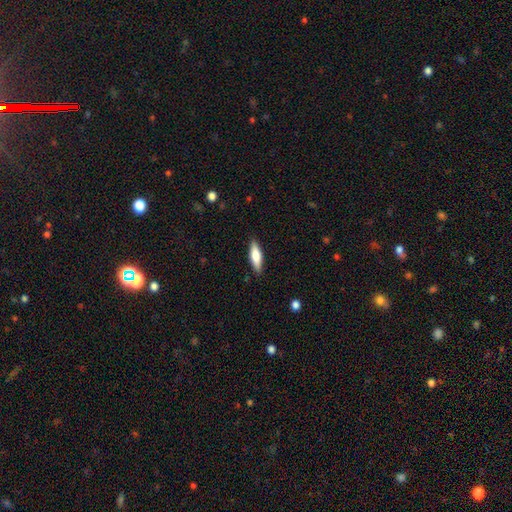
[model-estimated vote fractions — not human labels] Smooth or featured? smooth (68%)
How rounded? in between (49%, tied with cigar-shaped)
Merging? none (87%)